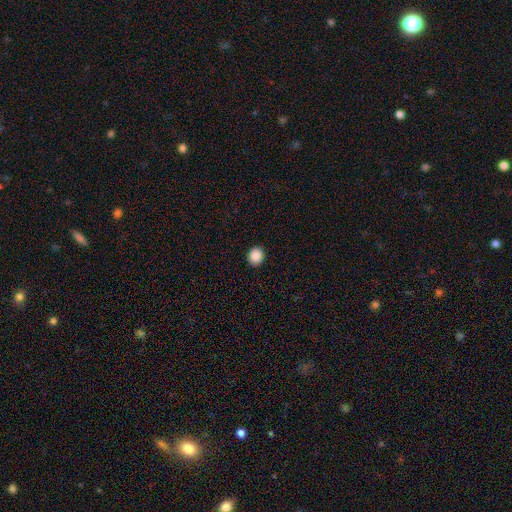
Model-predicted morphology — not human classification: A smooth galaxy with no disk features (88%) that is round (81%).

Vote fractions:
- Smooth or featured? smooth: 88% / star or artifact: 9% / featured or disk: 3%
- How rounded? round: 81% / in between: 18% / cigar-shaped: 1%
- Merging? none: 92% / minor disturbance: 6% / major disturbance: 2% / merger: 1%